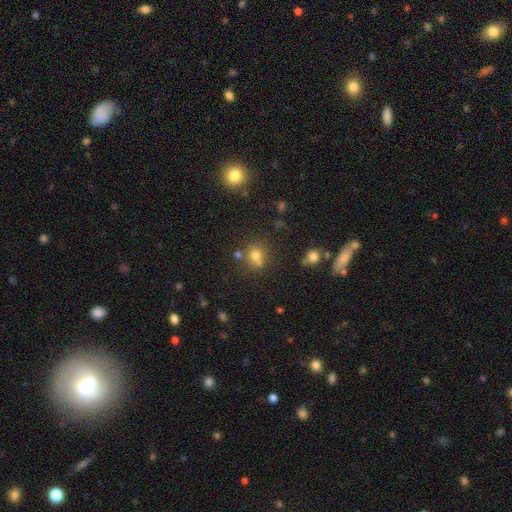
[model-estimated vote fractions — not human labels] Q: Smooth or featured?
A: smooth (68%); runner-up: star or artifact (20%)
Q: How rounded?
A: round (80%); runner-up: in between (19%)
Q: Merging?
A: none (55%); runner-up: merger (27%)